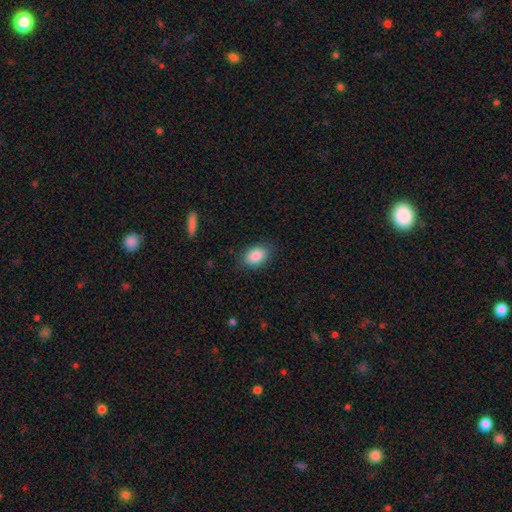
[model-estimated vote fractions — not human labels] Morphology: type=smooth (88%); roundness=in between (84%); merging=none (84%).